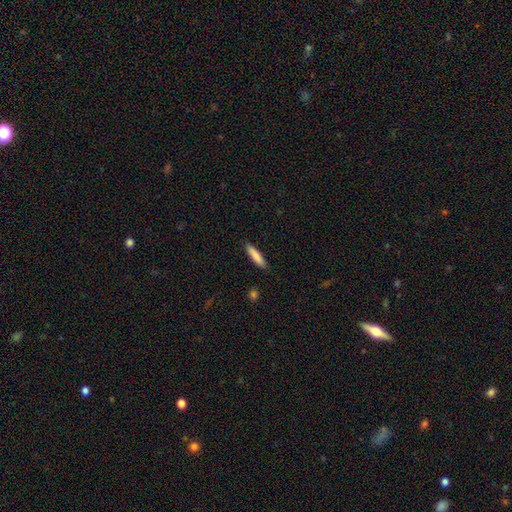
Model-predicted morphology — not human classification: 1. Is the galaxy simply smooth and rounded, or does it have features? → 85% smooth, 10% featured or disk, 6% star or artifact.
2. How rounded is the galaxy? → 83% cigar-shaped, 15% in between, 1% round.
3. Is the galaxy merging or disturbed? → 89% none, 8% minor disturbance, 2% major disturbance, 1% merger.